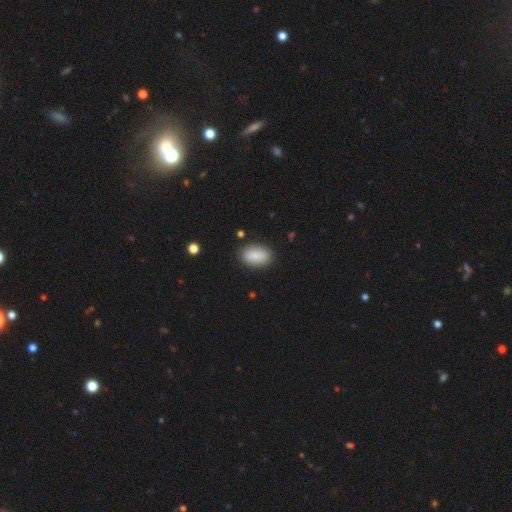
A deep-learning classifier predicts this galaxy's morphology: Smooth or featured?
  - smooth: 88% *
  - star or artifact: 7%
  - featured or disk: 5%
How rounded?
  - in between: 91% *
  - round: 6%
  - cigar-shaped: 3%
Merging?
  - none: 86% *
  - minor disturbance: 10%
  - major disturbance: 3%
  - merger: 1%